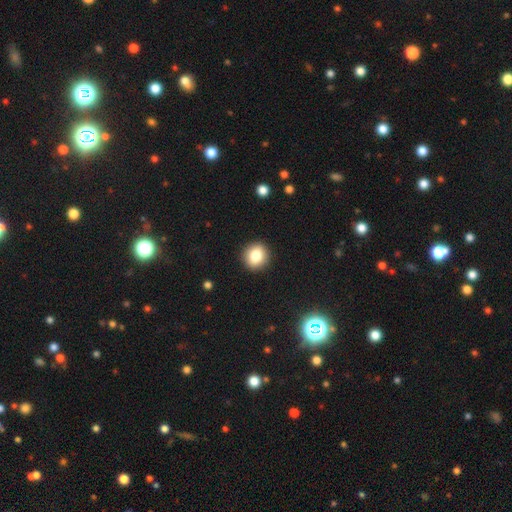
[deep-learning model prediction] This is clearly a smooth galaxy (82%). How rounded: clearly round (86%). Merging: clearly none (92%).